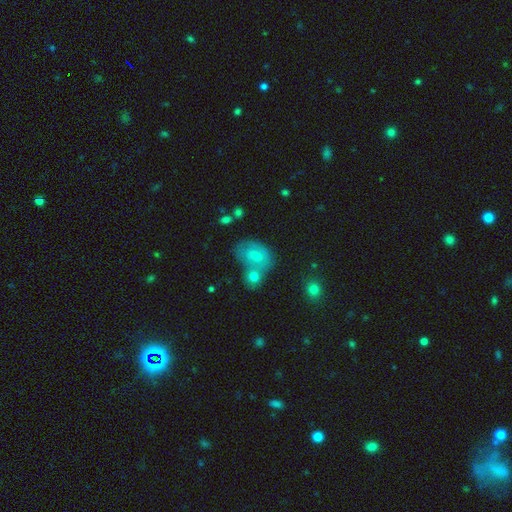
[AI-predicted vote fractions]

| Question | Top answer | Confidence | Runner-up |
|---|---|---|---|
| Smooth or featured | smooth | 54% | featured or disk (33%) |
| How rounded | in between | 63% | round (36%) |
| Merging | none | 41% | merger (38%) |